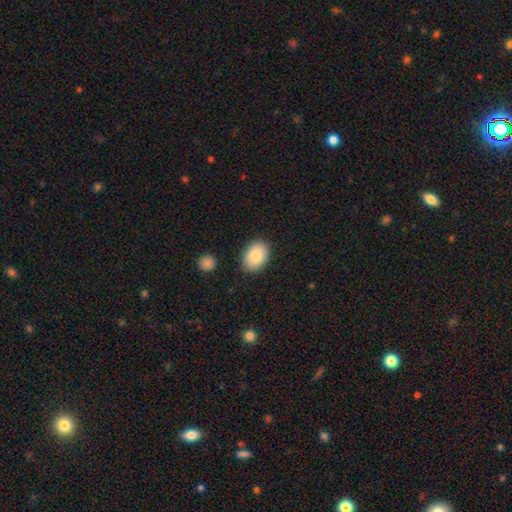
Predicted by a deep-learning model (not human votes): Smooth or featured? Predicted: smooth (p=0.87). How rounded? Predicted: in between (p=0.83). Merging? Predicted: none (p=0.86).